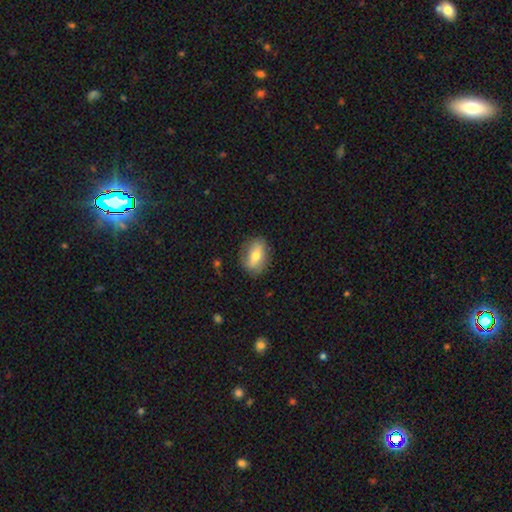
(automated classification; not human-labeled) Q: Smooth or featured?
A: smooth (60%); runner-up: featured or disk (32%)
Q: How rounded?
A: in between (75%); runner-up: round (19%)
Q: Merging?
A: none (79%); runner-up: minor disturbance (16%)